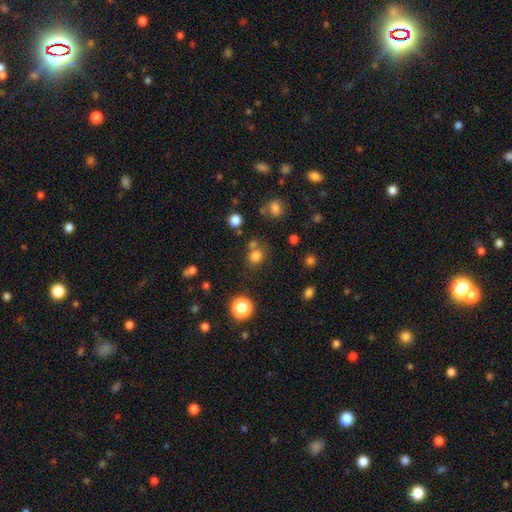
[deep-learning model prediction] Smooth or featured?
  - smooth: 76% *
  - star or artifact: 18%
  - featured or disk: 7%
How rounded?
  - round: 80% *
  - in between: 19%
  - cigar-shaped: 1%
Merging?
  - none: 66% *
  - merger: 19%
  - minor disturbance: 11%
  - major disturbance: 5%